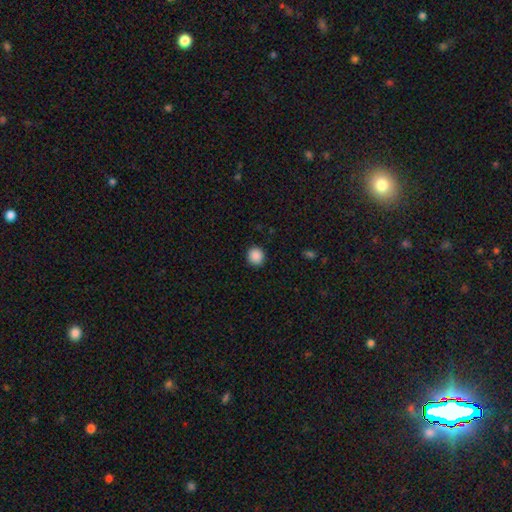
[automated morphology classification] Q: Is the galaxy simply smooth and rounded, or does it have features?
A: smooth — 89%.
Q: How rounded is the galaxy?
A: round — 90%.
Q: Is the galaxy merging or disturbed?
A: none — 92%.